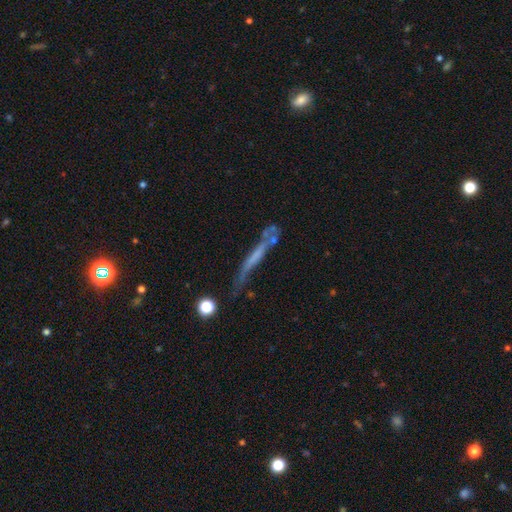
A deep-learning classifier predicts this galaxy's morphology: Smooth or featured? featured or disk (54%)
Edge-on disk? yes (75%)
Merging? none (48%)